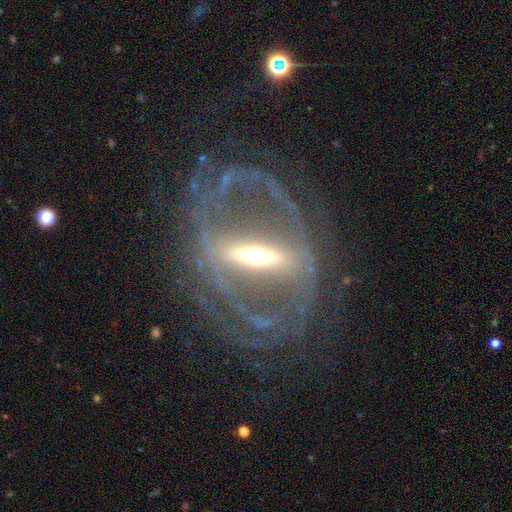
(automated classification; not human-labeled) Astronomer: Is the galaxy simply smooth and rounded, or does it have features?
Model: featured or disk — 88%.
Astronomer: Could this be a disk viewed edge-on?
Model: no — 79%.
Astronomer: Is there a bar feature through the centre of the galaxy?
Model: strong — 79%.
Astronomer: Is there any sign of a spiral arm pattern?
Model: yes — 80%.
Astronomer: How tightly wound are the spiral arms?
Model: tight — 45% (runner-up: medium, 36%).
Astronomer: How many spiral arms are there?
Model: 2 — 51%.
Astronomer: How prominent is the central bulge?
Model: moderate — 53%.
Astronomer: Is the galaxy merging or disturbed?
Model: none — 60%.